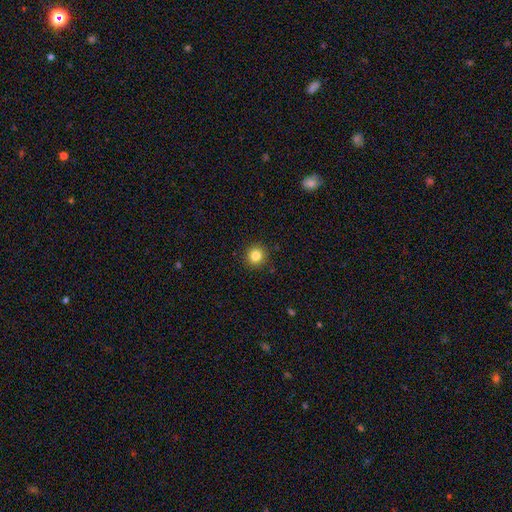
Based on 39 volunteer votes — Morphology: type=smooth (82%); roundness=round (97%); merging=none (91%).